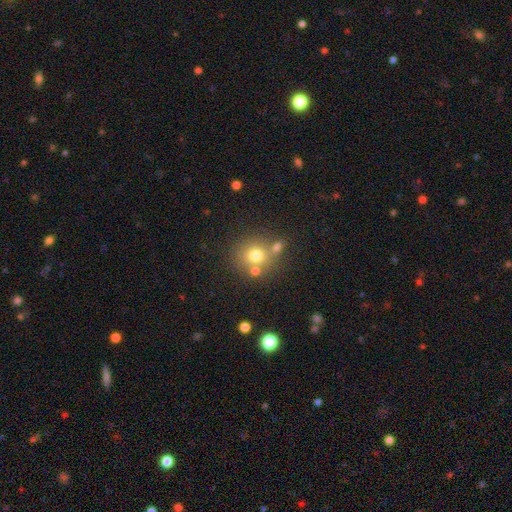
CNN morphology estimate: The model was most divided on "merging": none: 64%, merger: 21%, minor disturbance: 10%, major disturbance: 5%. More confident: how rounded — round (87%); smooth or featured — smooth (72%).